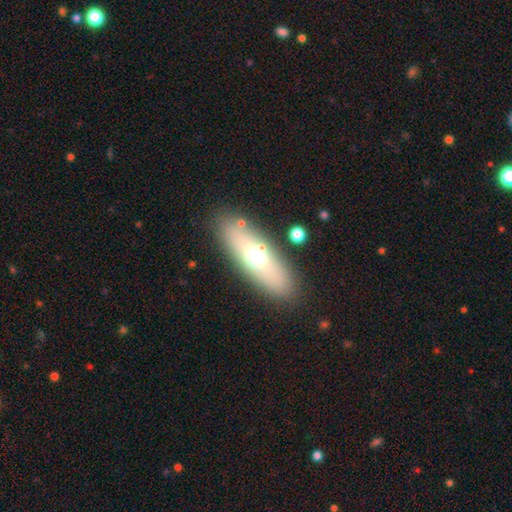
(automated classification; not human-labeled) Smooth or featured? Predicted: smooth (p=0.59). How rounded? Predicted: in between (p=0.60). Merging? Predicted: none (p=0.83).